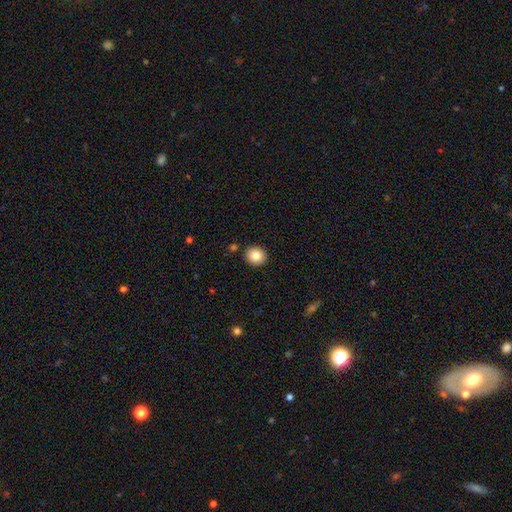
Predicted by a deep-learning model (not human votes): A smooth galaxy with no disk features (84%) that is round (86%).

Vote fractions:
- Smooth or featured? smooth: 84% / star or artifact: 9% / featured or disk: 7%
- How rounded? round: 86% / in between: 13% / cigar-shaped: 1%
- Merging? none: 90% / minor disturbance: 6% / merger: 2% / major disturbance: 2%